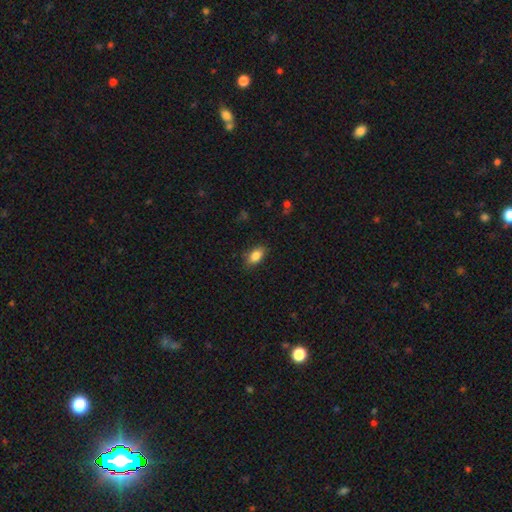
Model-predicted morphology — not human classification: This is clearly a smooth galaxy (85%). How rounded: clearly in between (89%). Merging: clearly none (84%).